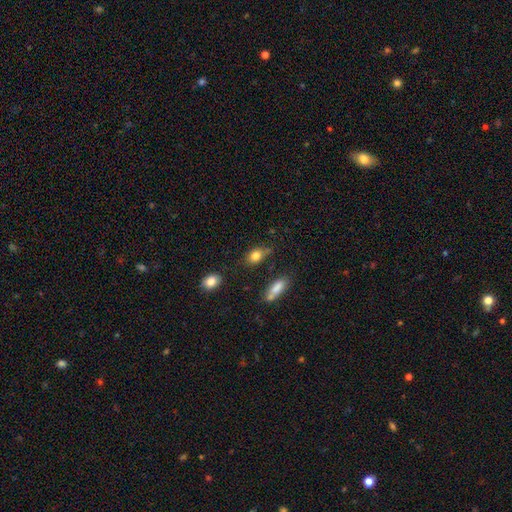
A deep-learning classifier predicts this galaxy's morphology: A smooth galaxy with no disk features (81%) that is in between round and cigar-shaped (73%).

Vote fractions:
- Smooth or featured? smooth: 81% / featured or disk: 10% / star or artifact: 9%
- How rounded? in between: 73% / round: 22% / cigar-shaped: 6%
- Merging? none: 63% / minor disturbance: 25% / major disturbance: 6% / merger: 6%